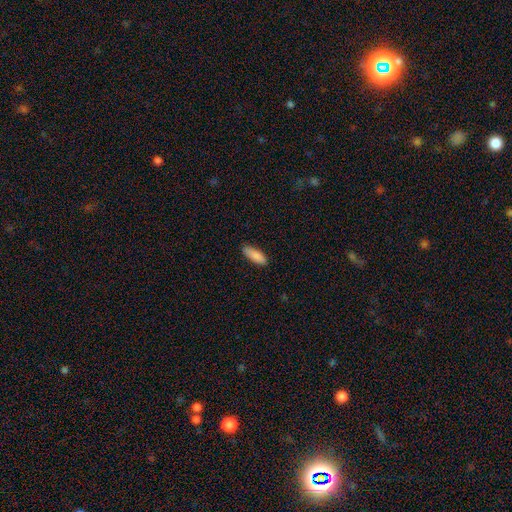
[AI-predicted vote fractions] Smooth or featured?
  - smooth: 88% *
  - star or artifact: 6%
  - featured or disk: 5%
How rounded?
  - in between: 59% *
  - cigar-shaped: 39%
  - round: 2%
Merging?
  - none: 86% *
  - minor disturbance: 11%
  - major disturbance: 2%
  - merger: 1%